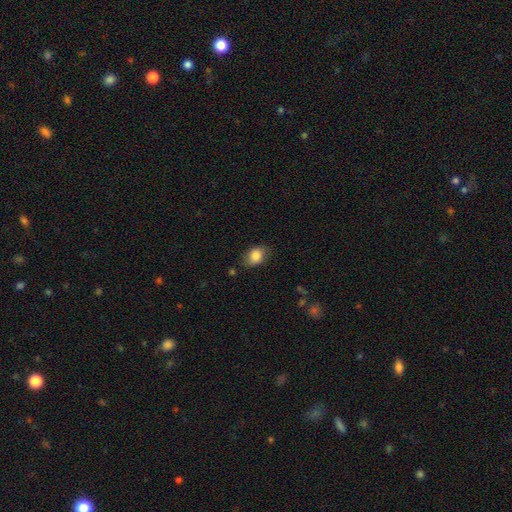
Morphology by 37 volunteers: This is clearly a smooth galaxy (81%). How rounded: possibly in between (57%). Merging: likely none (71%).